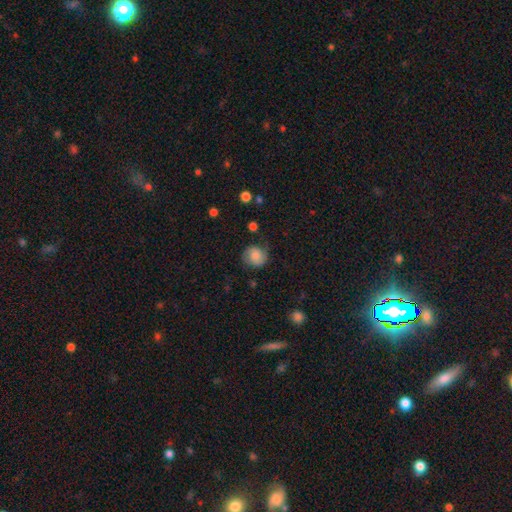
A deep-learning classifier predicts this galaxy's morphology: The model was most divided on "smooth or featured": smooth: 61%, featured or disk: 30%, star or artifact: 9%. More confident: how rounded — round (82%); merging — none (68%).